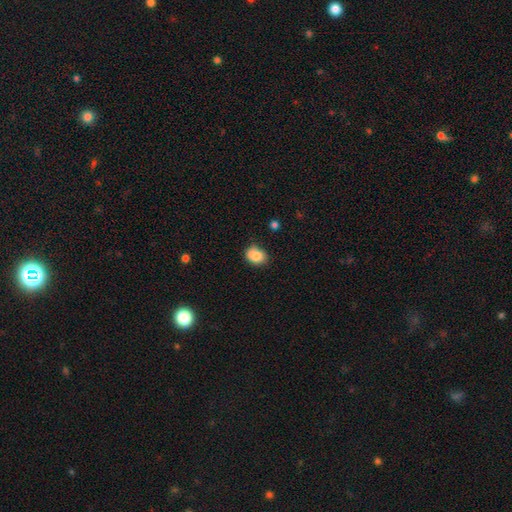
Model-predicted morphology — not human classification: Smooth or featured? smooth (81%)
How rounded? in between (56%)
Merging? none (58%)